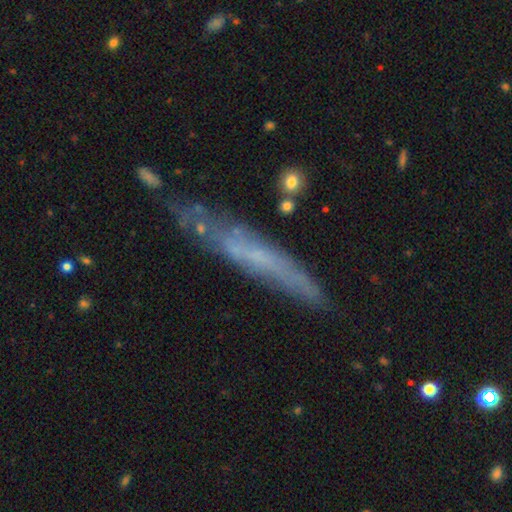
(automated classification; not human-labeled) featured or disk 56%, smooth 35%, star or artifact 9%. Down the decision tree: edge-on disk — yes (69%); merging — none (67%).